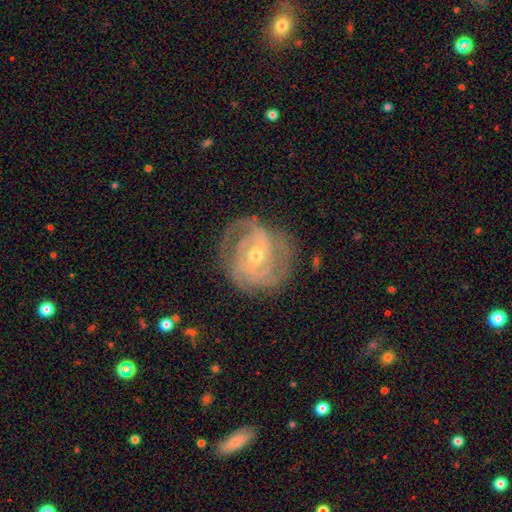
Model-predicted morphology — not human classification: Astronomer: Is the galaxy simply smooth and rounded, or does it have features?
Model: featured or disk — 87%.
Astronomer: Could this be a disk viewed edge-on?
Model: no — 97%.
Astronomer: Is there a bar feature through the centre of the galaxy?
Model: weak — 44% (runner-up: strong, 37%).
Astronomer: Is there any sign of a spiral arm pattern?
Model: yes — 95%.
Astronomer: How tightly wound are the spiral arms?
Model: tight — 62%.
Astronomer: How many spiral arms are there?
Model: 2 — 38% (runner-up: 3, 23%).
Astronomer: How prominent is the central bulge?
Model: moderate — 54% (runner-up: small, 43%).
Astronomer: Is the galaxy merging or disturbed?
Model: none — 76%.